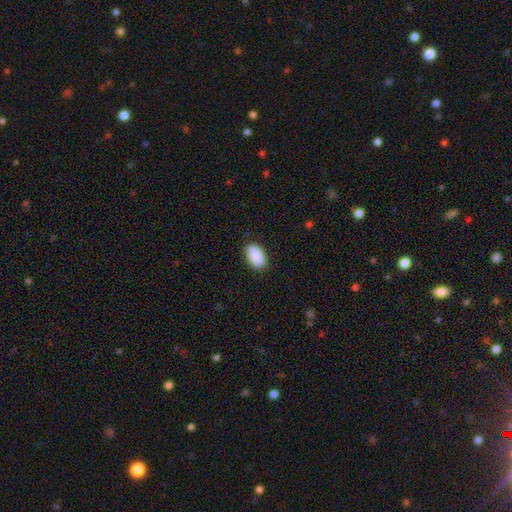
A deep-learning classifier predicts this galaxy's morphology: Smooth or featured? smooth (91%)
How rounded? in between (94%)
Merging? none (86%)